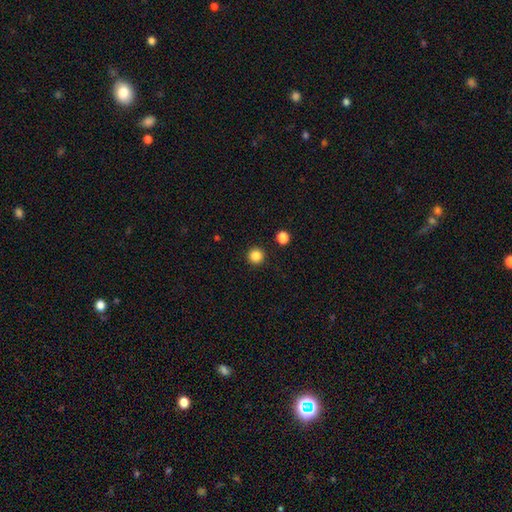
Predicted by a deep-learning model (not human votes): smooth_or_featured: smooth (p=0.85) [alt: star or artifact p=0.11]
how_rounded: round (p=0.96) [alt: in between p=0.03]
merging: none (p=0.93) [alt: minor disturbance p=0.04]